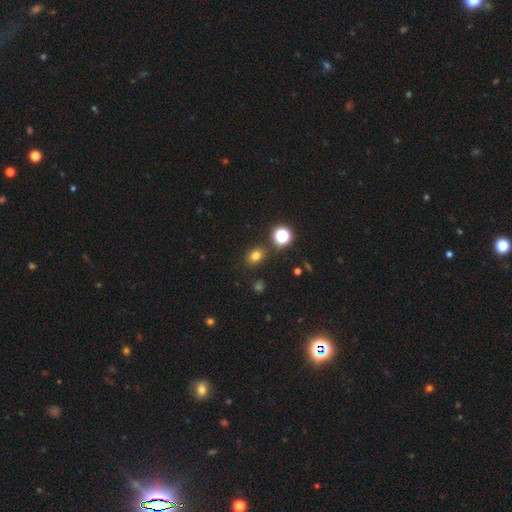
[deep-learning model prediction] smooth 75%, star or artifact 19%, featured or disk 7%. Down the decision tree: how rounded — in between (55%); merging — none (83%).